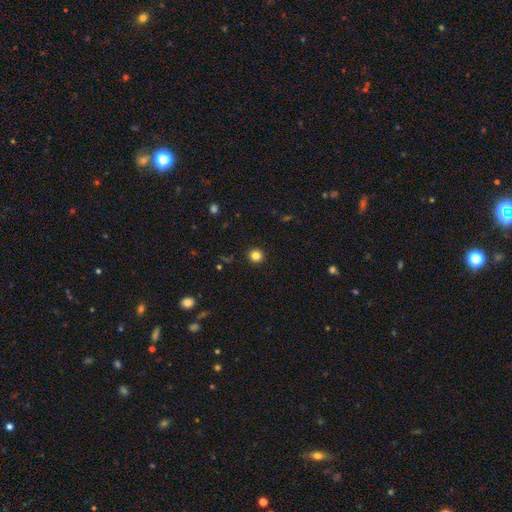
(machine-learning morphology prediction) Smooth or featured? Predicted: smooth (p=0.83). How rounded? Predicted: round (p=0.93). Merging? Predicted: none (p=0.93).